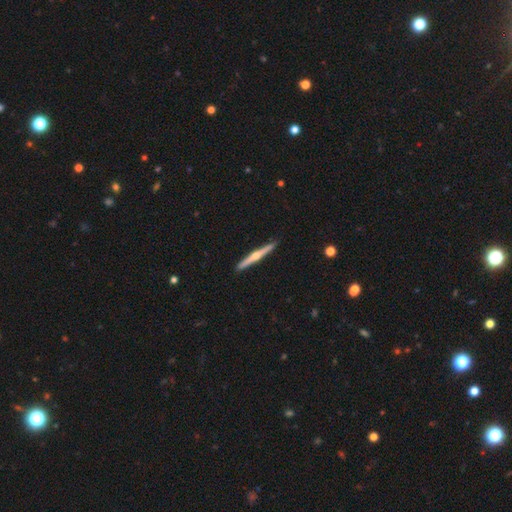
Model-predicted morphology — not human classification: A featured or disk galaxy (72%) viewed edge-on (98%) with a rounded central bulge (88%). Merging: none (92%).